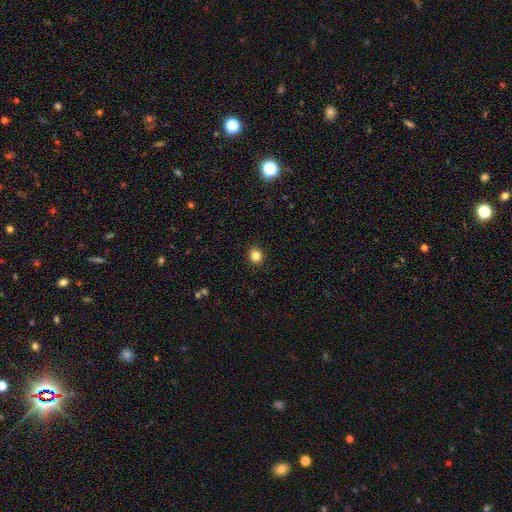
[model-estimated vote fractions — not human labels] Smooth or featured? smooth (84%)
How rounded? round (76%)
Merging? none (91%)